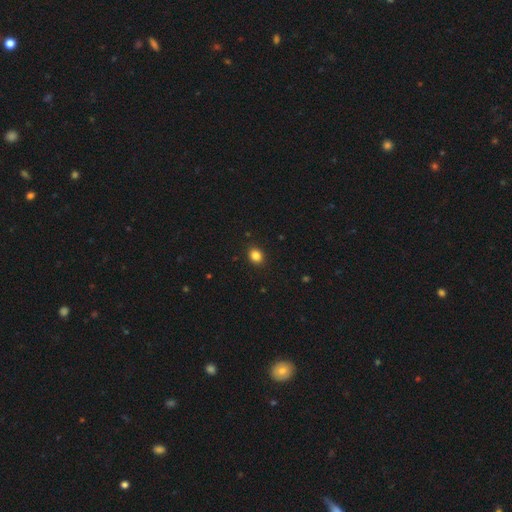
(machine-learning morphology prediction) This appears to be a smooth galaxy with no disk features (85%) that is round (61%). Merging: none (90%).